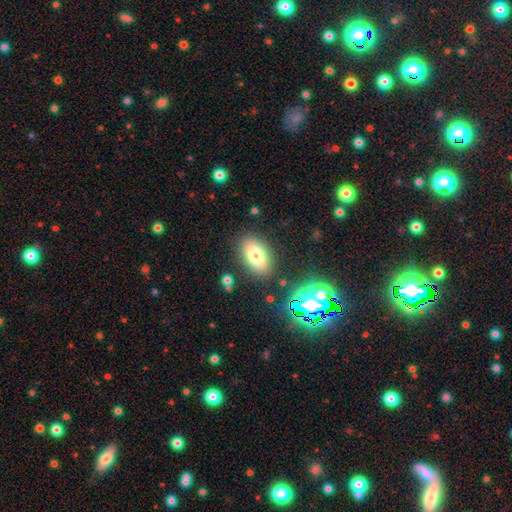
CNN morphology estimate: A smooth galaxy with no disk features (77%) that is in between round and cigar-shaped (90%).

Vote fractions:
- Smooth or featured? smooth: 77% / featured or disk: 12% / star or artifact: 11%
- How rounded? in between: 90% / round: 8% / cigar-shaped: 2%
- Merging? none: 85% / minor disturbance: 10% / major disturbance: 3% / merger: 3%